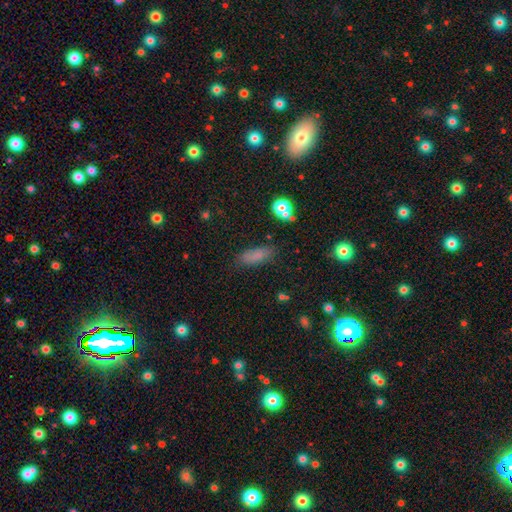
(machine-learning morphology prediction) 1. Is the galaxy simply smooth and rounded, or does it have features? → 79% smooth, 12% star or artifact, 9% featured or disk.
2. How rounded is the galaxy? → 66% in between, 30% cigar-shaped, 4% round.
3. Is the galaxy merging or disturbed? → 76% none, 16% minor disturbance, 5% major disturbance, 3% merger.